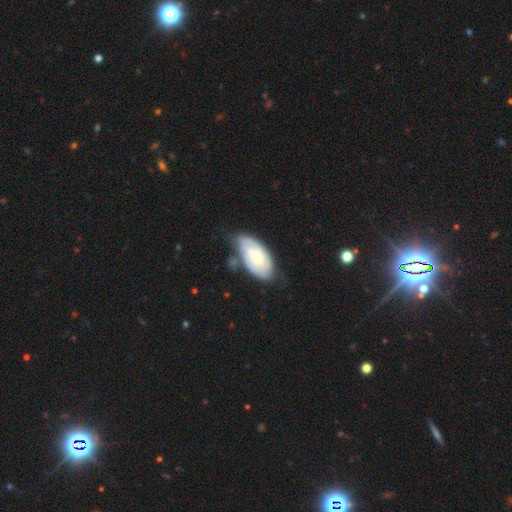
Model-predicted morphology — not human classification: Smooth or featured? Predicted: featured or disk (p=0.53). Edge-on disk? Predicted: no (p=0.93). Merging? Predicted: none (p=0.58).